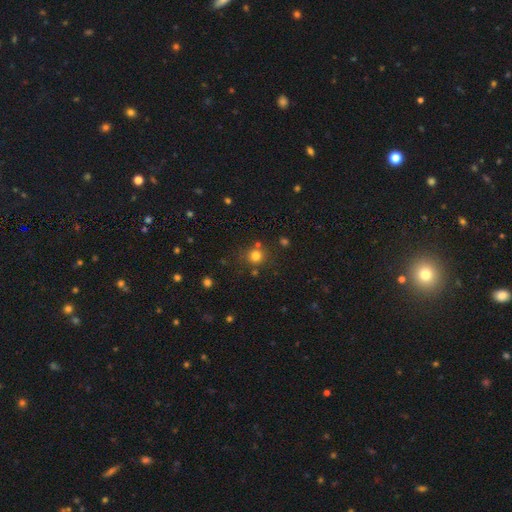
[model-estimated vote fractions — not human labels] smooth_or_featured: smooth (p=0.77) [alt: star or artifact p=0.16]
how_rounded: round (p=0.89) [alt: in between p=0.10]
merging: none (p=0.76) [alt: minor disturbance p=0.10]